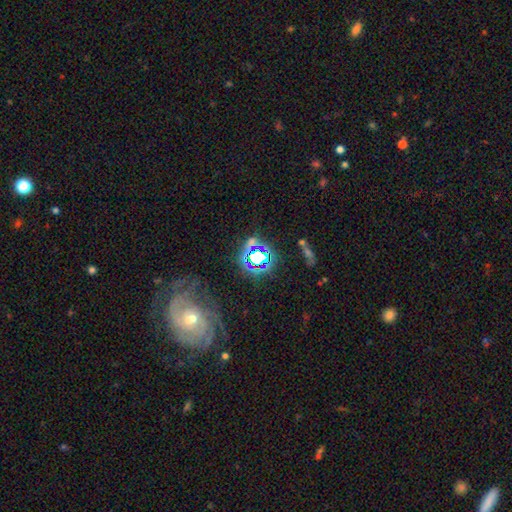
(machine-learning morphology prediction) smooth_or_featured: star or artifact (p=0.67) [alt: smooth p=0.21]